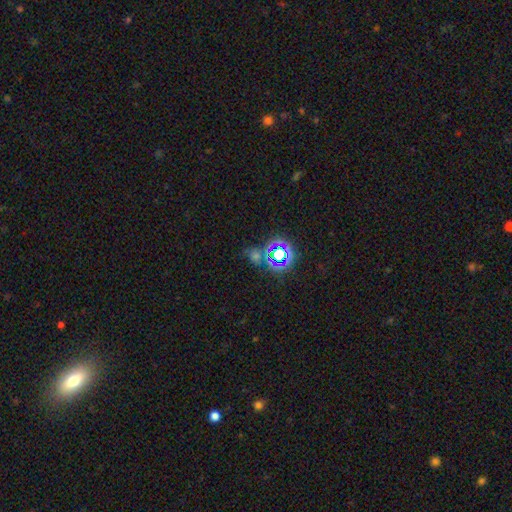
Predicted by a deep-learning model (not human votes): Smooth or featured? star or artifact (66%)